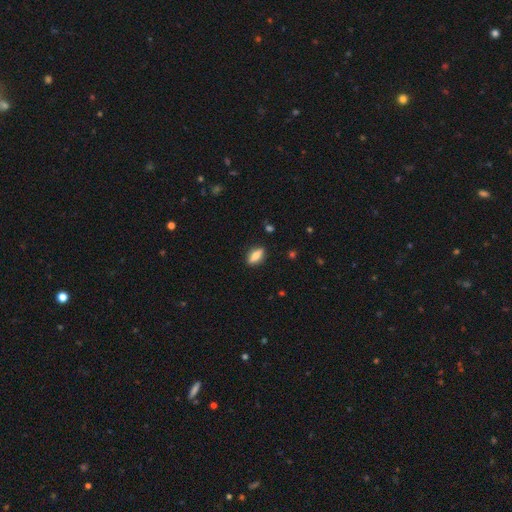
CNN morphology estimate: This appears to be a smooth galaxy with no disk features (70%) that is in between round and cigar-shaped (69%). Merging: none (86%).